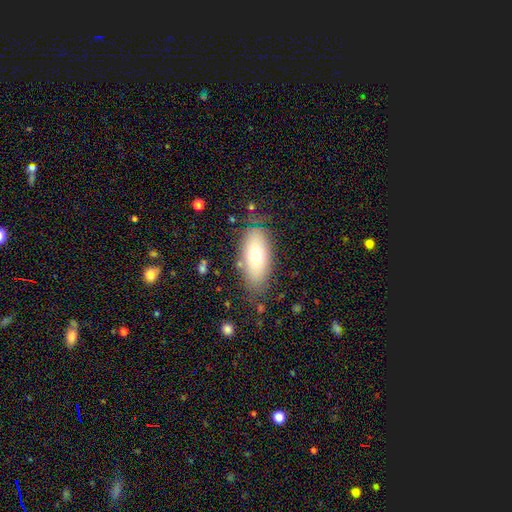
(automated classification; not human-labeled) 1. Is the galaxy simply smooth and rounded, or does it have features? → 69% smooth, 23% featured or disk, 8% star or artifact.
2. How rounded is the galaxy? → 86% in between, 11% cigar-shaped, 3% round.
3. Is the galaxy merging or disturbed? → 79% none, 14% minor disturbance, 4% major disturbance, 3% merger.